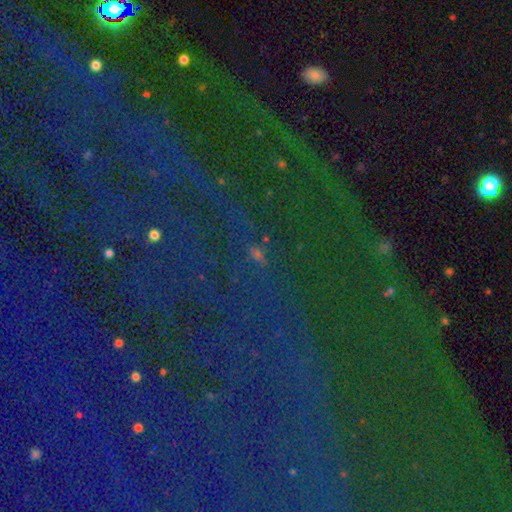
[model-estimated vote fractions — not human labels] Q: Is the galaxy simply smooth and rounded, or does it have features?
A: star or artifact — 82%.